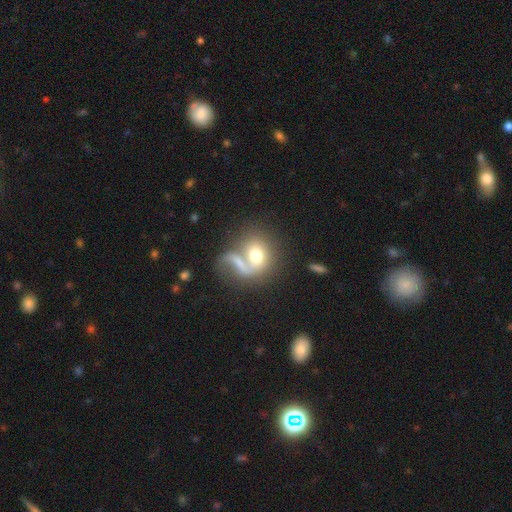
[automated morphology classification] Q: Smooth or featured?
A: smooth (62%); runner-up: featured or disk (29%)
Q: How rounded?
A: round (59%); runner-up: in between (39%)
Q: Merging?
A: merger (53%); runner-up: none (25%)